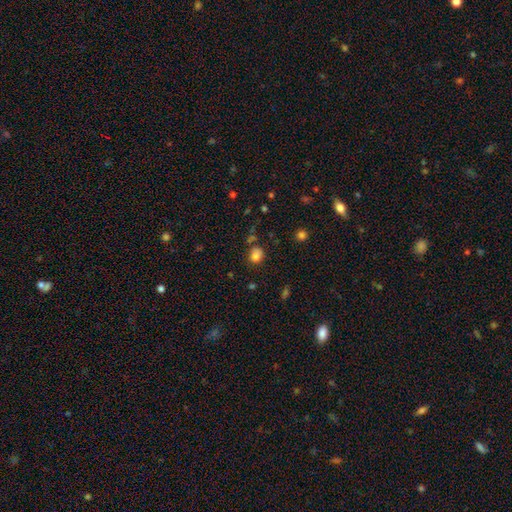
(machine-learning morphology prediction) Smooth or featured: smooth — 80% (star or artifact — 14%)
How rounded: round — 69% (in between — 30%)
Merging: none — 68% (minor disturbance — 18%)